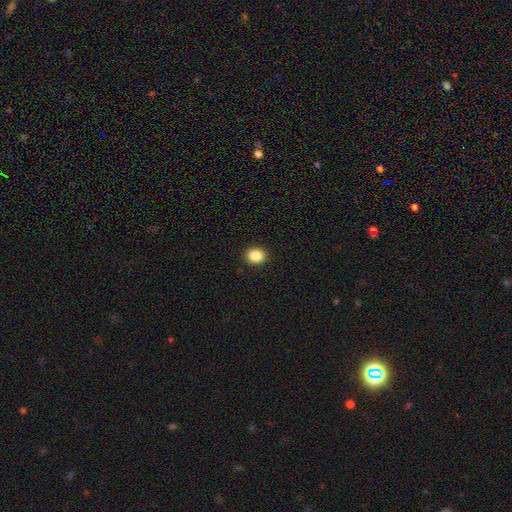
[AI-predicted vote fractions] Smooth or featured? Predicted: smooth (p=0.88). How rounded? Predicted: round (p=0.70). Merging? Predicted: none (p=0.92).